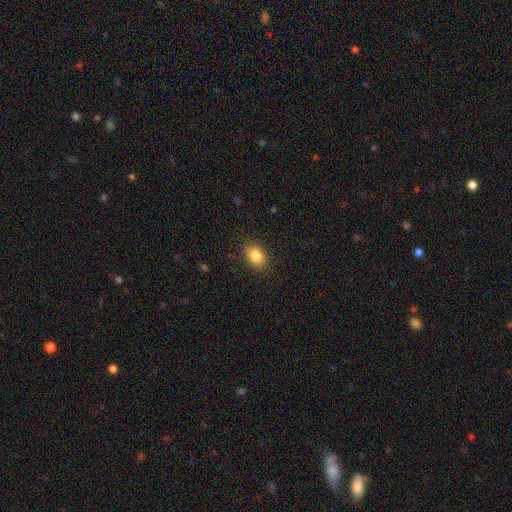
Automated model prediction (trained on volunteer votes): A smooth galaxy with no disk features (85%) that is in between round and cigar-shaped (77%). Merging: none (88%).